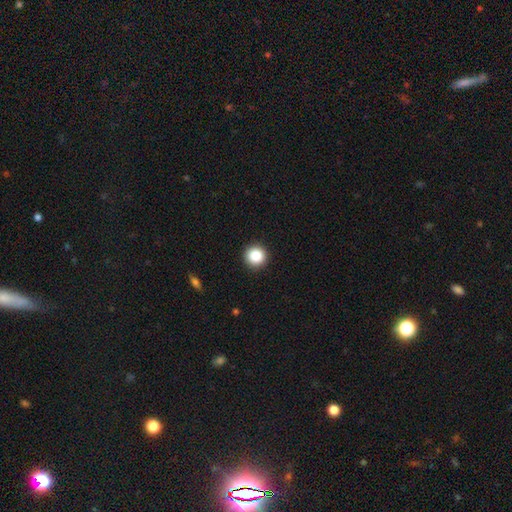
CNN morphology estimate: type=smooth (87%); roundness=round (96%); merging=none (92%).